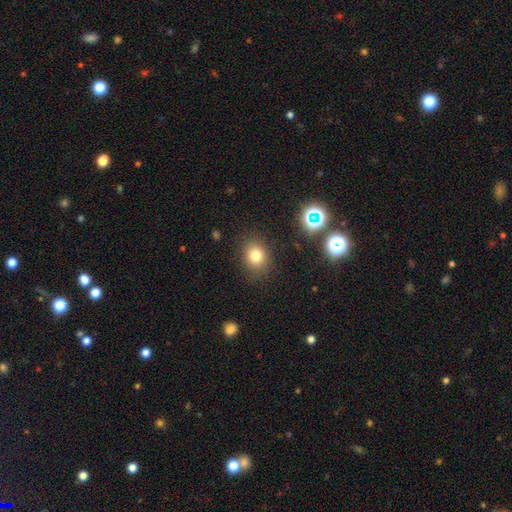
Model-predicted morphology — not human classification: Smooth or featured? smooth (77%)
How rounded? round (60%)
Merging? none (85%)